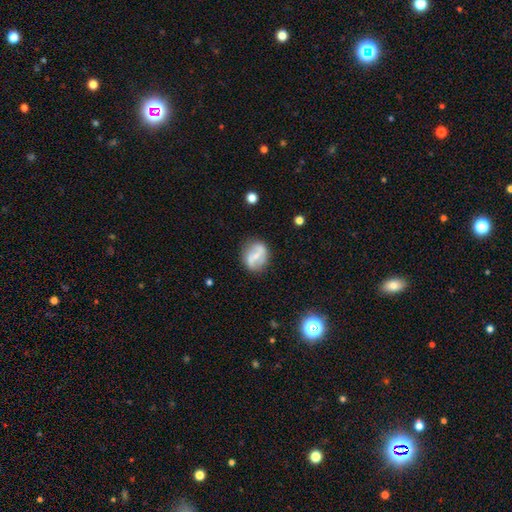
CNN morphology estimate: Smooth or featured? Predicted: featured or disk (p=0.59). Edge-on disk? Predicted: no (p=0.95). Bar? Predicted: strong (p=0.48). Spiral arms? Predicted: yes (p=0.61). Bulge size? Predicted: small (p=0.56). Merging? Predicted: none (p=0.76).